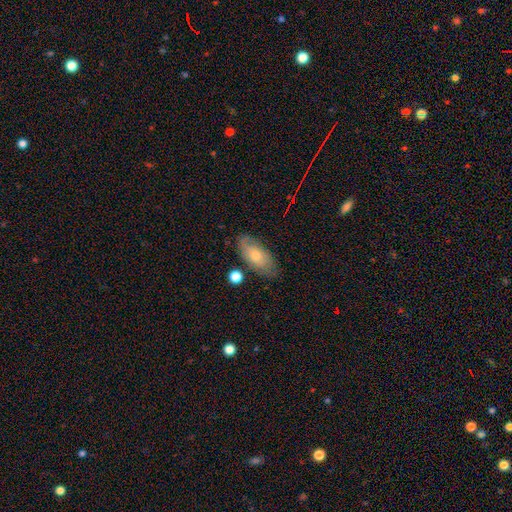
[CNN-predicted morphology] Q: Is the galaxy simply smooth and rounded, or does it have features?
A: smooth — 61%.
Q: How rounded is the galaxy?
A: in between — 88%.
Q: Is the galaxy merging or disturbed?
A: none — 72%.